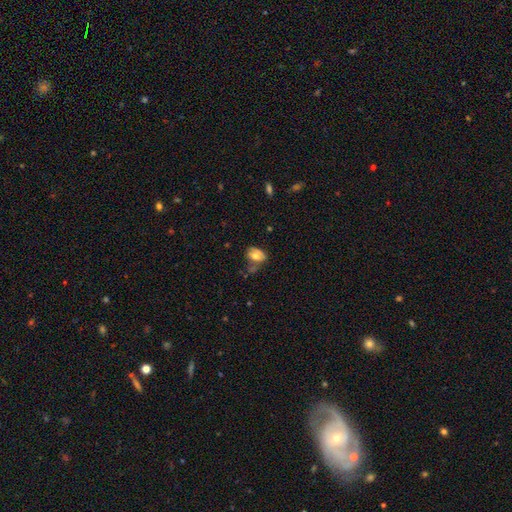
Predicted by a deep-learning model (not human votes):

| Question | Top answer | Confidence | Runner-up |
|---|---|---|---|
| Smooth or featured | smooth | 64% | featured or disk (27%) |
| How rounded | in between | 81% | round (18%) |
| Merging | none | 45% | minor disturbance (30%) |